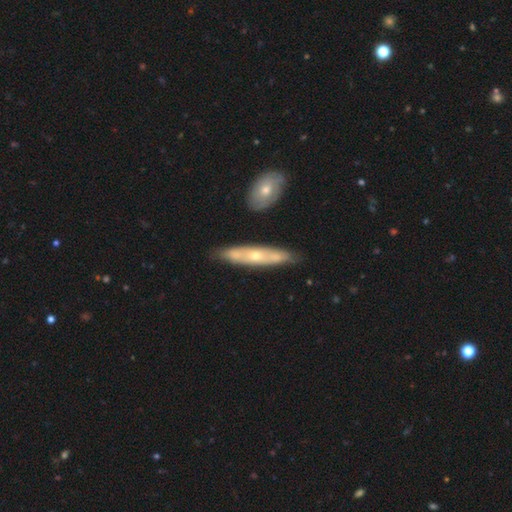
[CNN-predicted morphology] smooth-or-featured: featured or disk: 60% | smooth: 34% | star or artifact: 6%
  disk-edge-on: yes: 52% | no: 48%
  merging: none: 77% | minor disturbance: 15% | merger: 5% | major disturbance: 3%